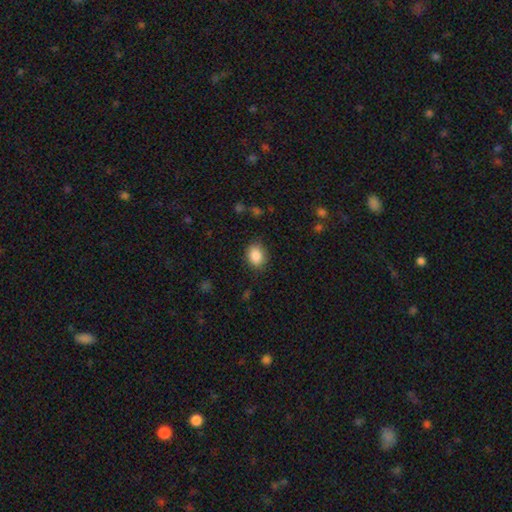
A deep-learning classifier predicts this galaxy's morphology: This appears to be a smooth galaxy with no disk features (87%) that is in between round and cigar-shaped (55%). Merging: none (83%).